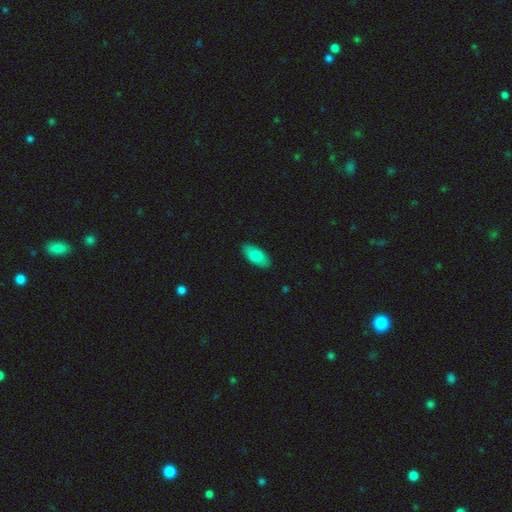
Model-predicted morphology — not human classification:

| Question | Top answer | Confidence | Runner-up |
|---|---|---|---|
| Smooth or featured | smooth | 79% | featured or disk (15%) |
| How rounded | in between | 91% | cigar-shaped (6%) |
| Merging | none | 88% | minor disturbance (9%) |